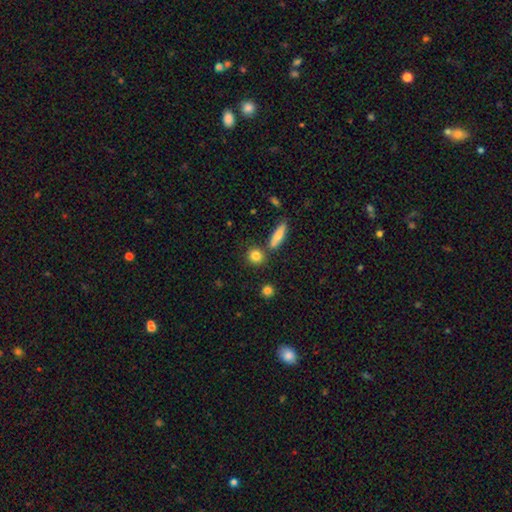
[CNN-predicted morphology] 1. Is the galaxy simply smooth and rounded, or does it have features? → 83% smooth, 9% star or artifact, 7% featured or disk.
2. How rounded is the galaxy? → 80% round, 15% in between, 5% cigar-shaped.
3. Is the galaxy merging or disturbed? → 77% none, 12% merger, 9% minor disturbance, 3% major disturbance.